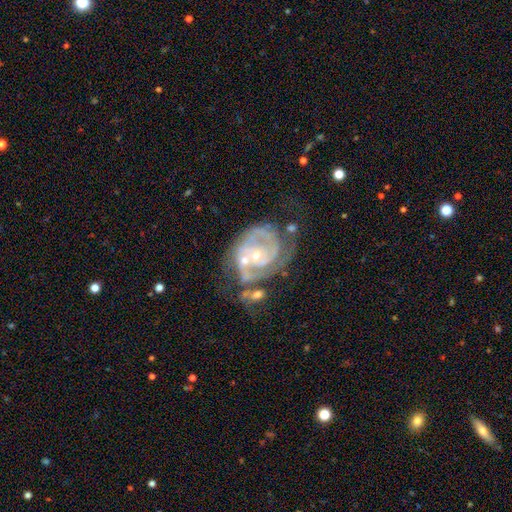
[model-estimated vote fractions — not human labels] A featured or disk galaxy (87%) with no bar (68%), 2 (46%) tight (58%) spiral arms (93%) and a small central bulge (65%). Merging: none (38%).